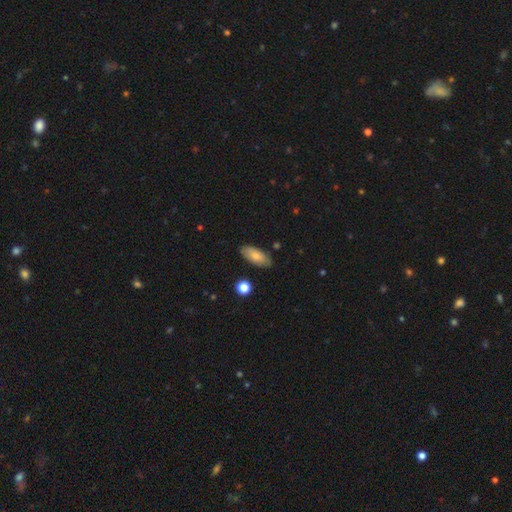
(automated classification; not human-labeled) Morphology: type=smooth (79%); roundness=in between (85%); merging=none (82%).